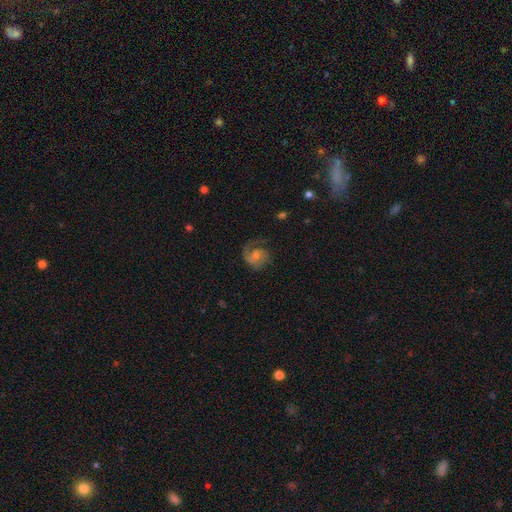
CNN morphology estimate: Smooth or featured: featured or disk — 76% (smooth — 16%)
Edge-on disk: no — 98% (yes — 2%)
Bar: no — 59% (weak — 35%)
Spiral arms: yes — 94% (no — 6%)
Spiral winding: medium — 47% (tight — 32%)
Spiral arm count: 2 — 48% (1 — 38%)
Bulge size: small — 49% (moderate — 40%)
Merging: none — 66% (minor disturbance — 17%)